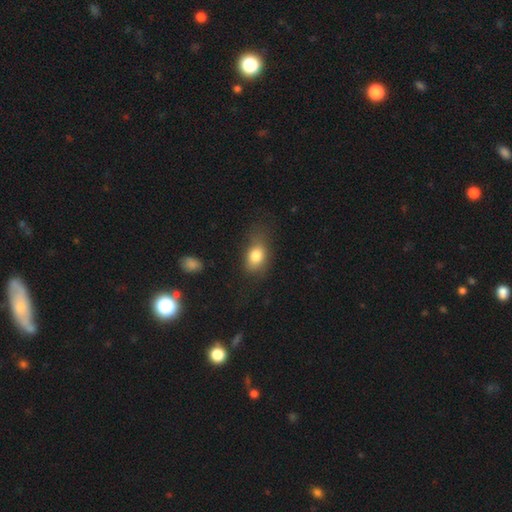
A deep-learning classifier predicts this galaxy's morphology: Overall: smooth (80%). How rounded: in between (76%). Merging: none (54%; minor disturbance 28%).